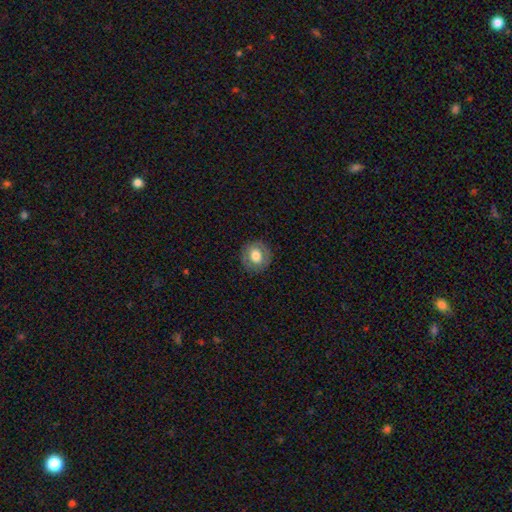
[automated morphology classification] Smooth or featured?
  - smooth: 68% *
  - featured or disk: 24%
  - star or artifact: 8%
How rounded?
  - round: 84% *
  - in between: 15%
  - cigar-shaped: 1%
Merging?
  - none: 86% *
  - minor disturbance: 10%
  - major disturbance: 3%
  - merger: 1%